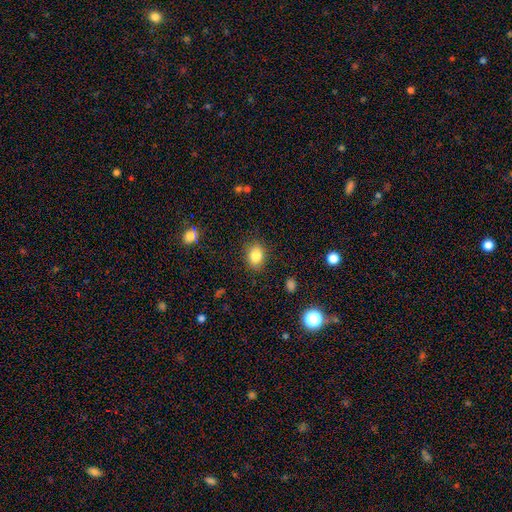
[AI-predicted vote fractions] Smooth or featured? Predicted: smooth (p=0.84). How rounded? Predicted: in between (p=0.61). Merging? Predicted: none (p=0.84).